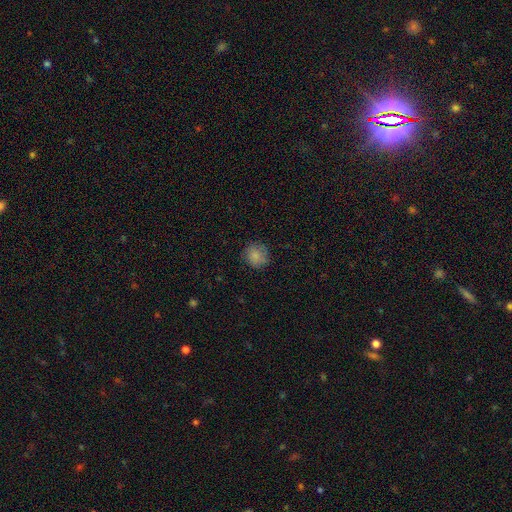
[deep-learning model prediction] A smooth galaxy with no disk features (84%) that is round (86%).

Vote fractions:
- Smooth or featured? smooth: 84% / star or artifact: 9% / featured or disk: 7%
- How rounded? round: 86% / in between: 13% / cigar-shaped: 1%
- Merging? none: 81% / minor disturbance: 14% / major disturbance: 3% / merger: 1%